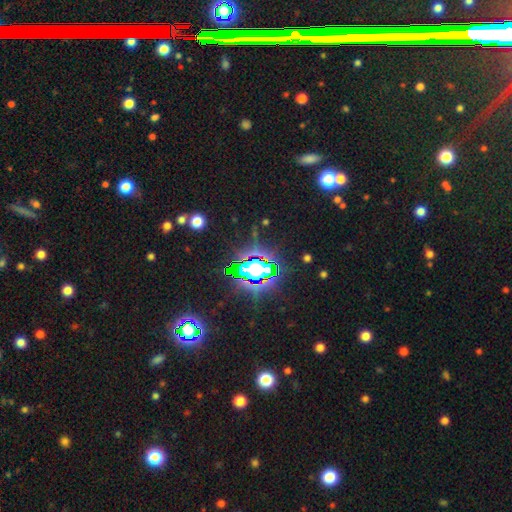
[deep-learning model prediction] Morphology: type=star or artifact (83%).